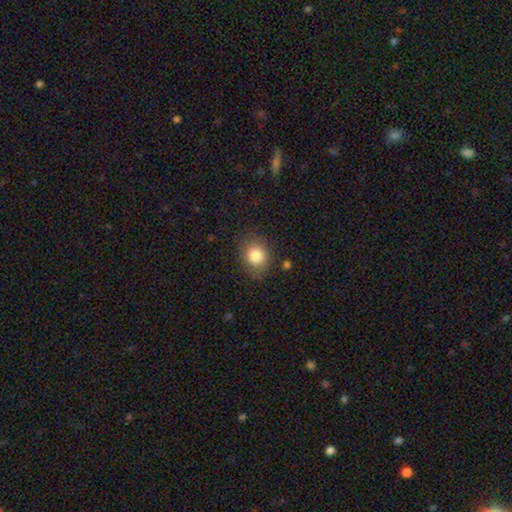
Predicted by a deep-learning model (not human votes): Smooth or featured? Predicted: smooth (p=0.84). How rounded? Predicted: round (p=0.60). Merging? Predicted: none (p=0.79).